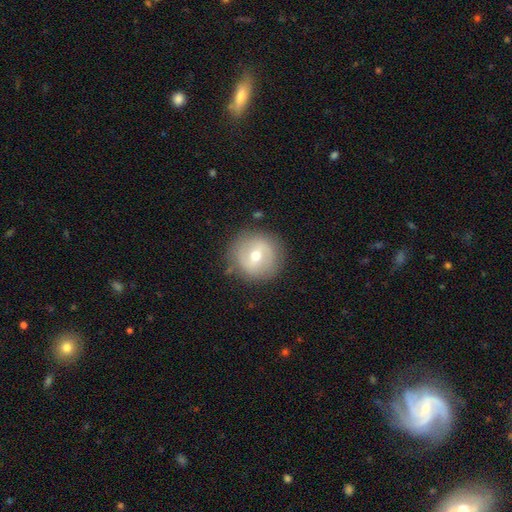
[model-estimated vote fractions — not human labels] Q: Smooth or featured?
A: featured or disk (50%); runner-up: smooth (42%)
Q: Edge-on disk?
A: no (95%); runner-up: yes (5%)
Q: Merging?
A: none (84%); runner-up: minor disturbance (10%)